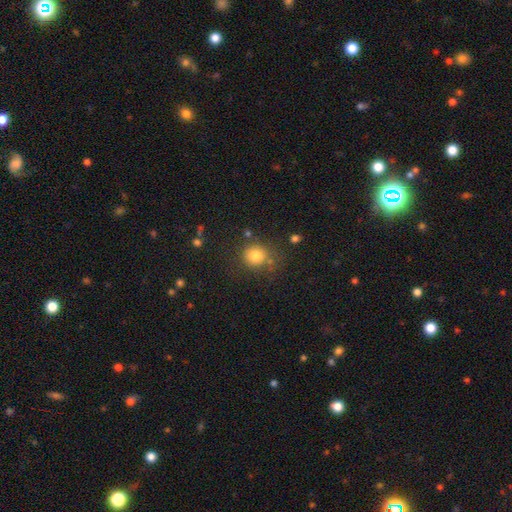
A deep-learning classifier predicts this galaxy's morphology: A smooth galaxy with no disk features (80%) that is round (87%). Merging: none (73%).